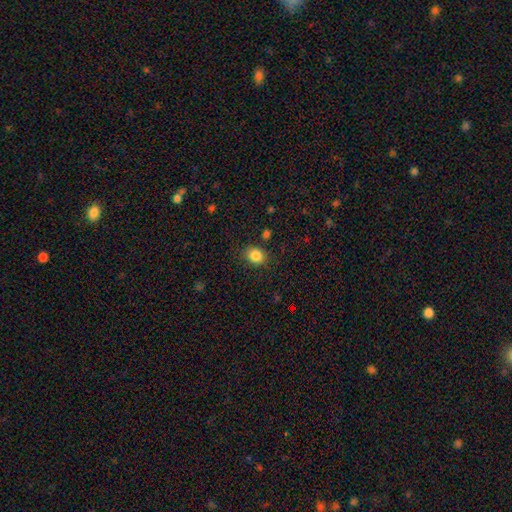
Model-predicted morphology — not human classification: Q: Smooth or featured?
A: smooth (84%); runner-up: star or artifact (11%)
Q: How rounded?
A: round (63%); runner-up: in between (36%)
Q: Merging?
A: none (85%); runner-up: minor disturbance (10%)